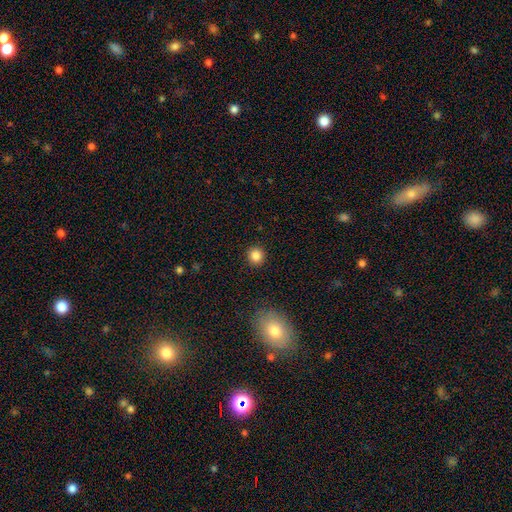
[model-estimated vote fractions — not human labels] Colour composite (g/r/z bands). It shows a smooth galaxy with no disk features (85%) that is round (91%). Merging: none (92%).